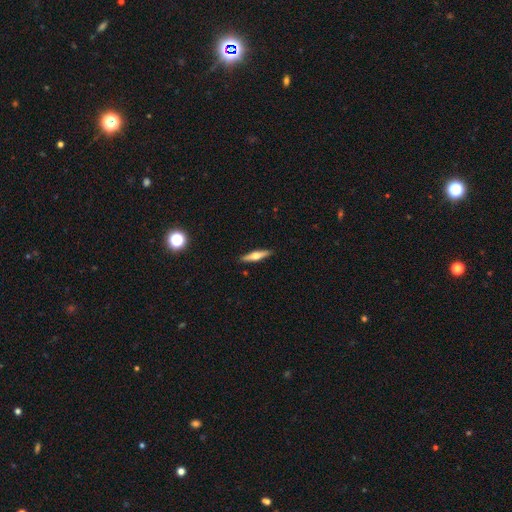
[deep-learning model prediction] A featured or disk galaxy (52%) viewed edge-on (95%). Merging: none (90%).